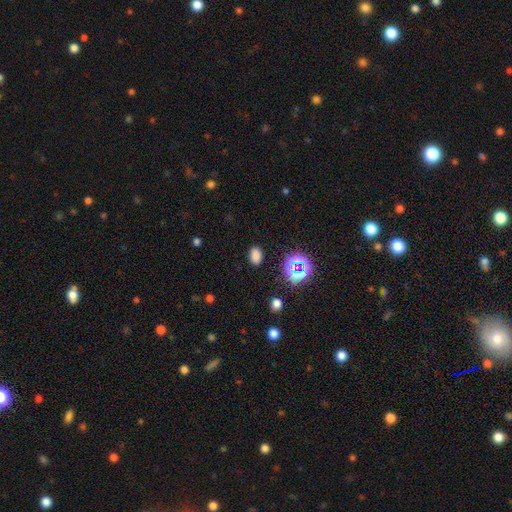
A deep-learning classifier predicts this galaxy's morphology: type=smooth (75%); roundness=in between (82%); merging=none (86%).